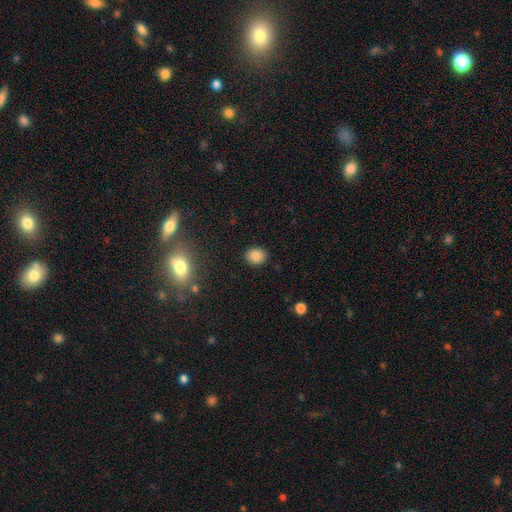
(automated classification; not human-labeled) The model was most divided on "how rounded": round: 64%, in between: 35%, cigar-shaped: 1%. More confident: merging — none (89%); smooth or featured — smooth (84%).